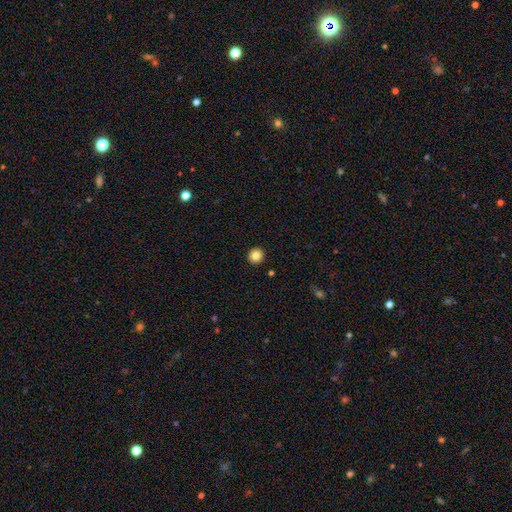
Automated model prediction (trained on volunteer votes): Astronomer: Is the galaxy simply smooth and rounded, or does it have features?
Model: smooth — 84%.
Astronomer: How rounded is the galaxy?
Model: round — 96%.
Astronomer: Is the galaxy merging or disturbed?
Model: none — 94%.